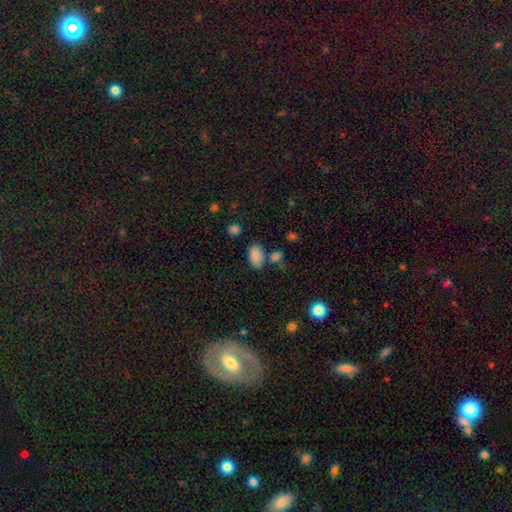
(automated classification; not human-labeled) Smooth or featured: smooth — 85% (star or artifact — 9%)
How rounded: in between — 93% (round — 6%)
Merging: none — 69% (minor disturbance — 16%)